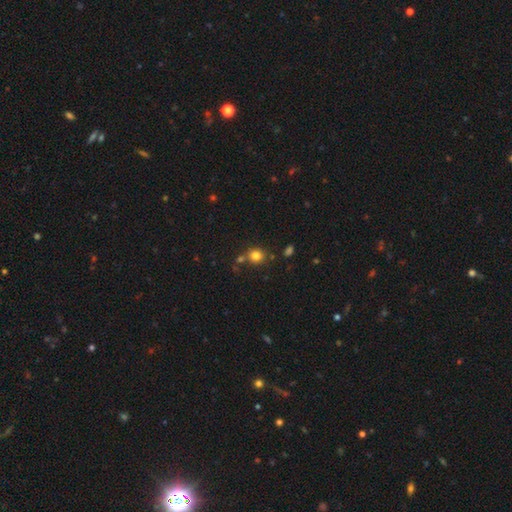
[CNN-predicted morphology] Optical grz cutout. It shows a smooth galaxy with no disk features (80%) that is round (82%). Merging: none (72%).